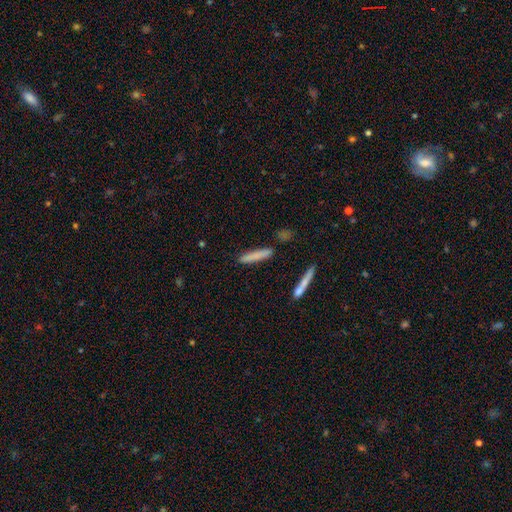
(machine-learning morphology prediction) Smooth or featured? smooth (77%)
How rounded? cigar-shaped (92%)
Merging? none (84%)